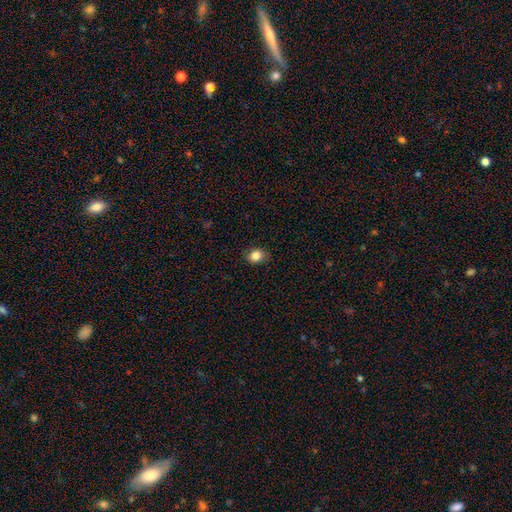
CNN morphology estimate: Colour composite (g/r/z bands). It shows a smooth galaxy with no disk features (84%) that is round (50%). Merging: none (84%).